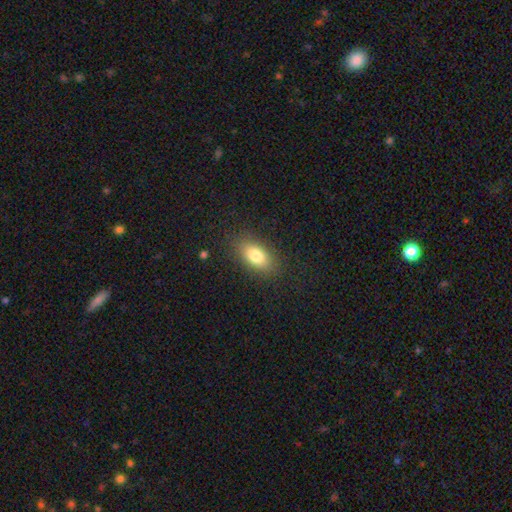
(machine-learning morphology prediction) Smooth or featured: smooth — 80% (featured or disk — 11%)
How rounded: in between — 88% (round — 7%)
Merging: none — 85% (minor disturbance — 10%)